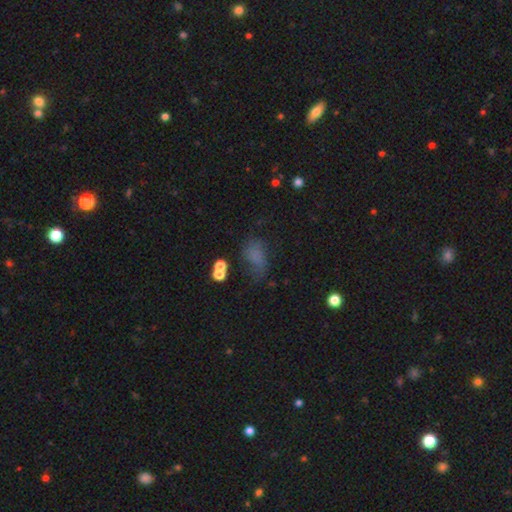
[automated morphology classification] Smooth or featured? Predicted: smooth (p=0.60). How rounded? Predicted: in between (p=0.78). Merging? Predicted: none (p=0.38).